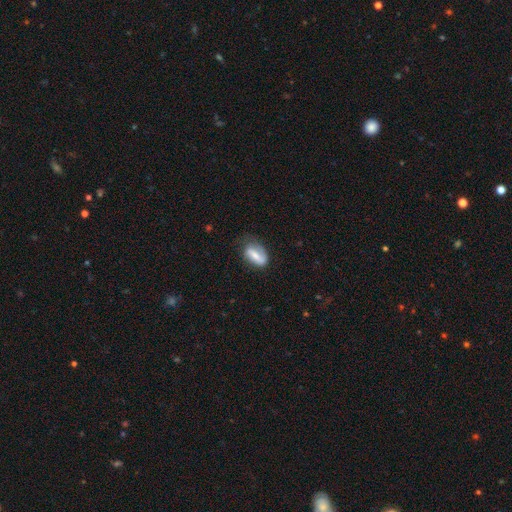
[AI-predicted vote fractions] This appears to be a featured or disk galaxy (58%) with a strong bar (50%), spiral arms (78%) and a moderate central bulge (45%). Merging: none (58%).